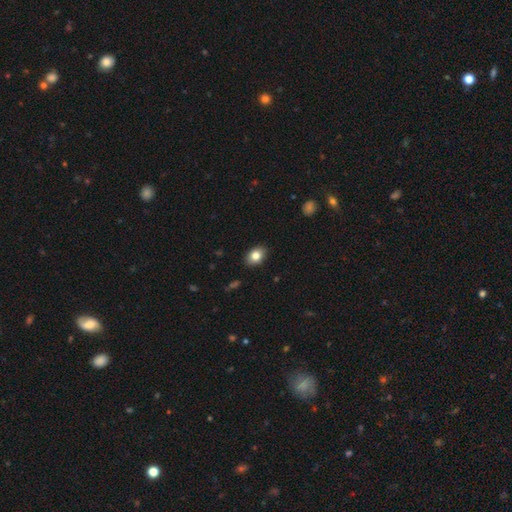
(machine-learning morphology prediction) A smooth galaxy with no disk features (82%) that is in between round and cigar-shaped (76%).

Vote fractions:
- Smooth or featured? smooth: 82% / featured or disk: 9% / star or artifact: 9%
- How rounded? in between: 76% / round: 23% / cigar-shaped: 1%
- Merging? none: 88% / minor disturbance: 9% / major disturbance: 2% / merger: 1%